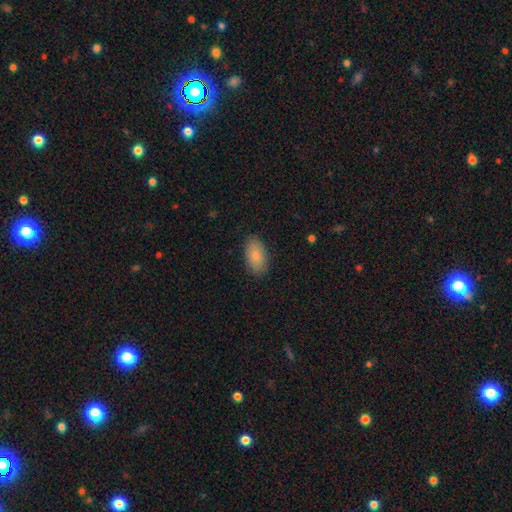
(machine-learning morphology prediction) Smooth or featured? smooth (84%)
How rounded? in between (94%)
Merging? none (86%)